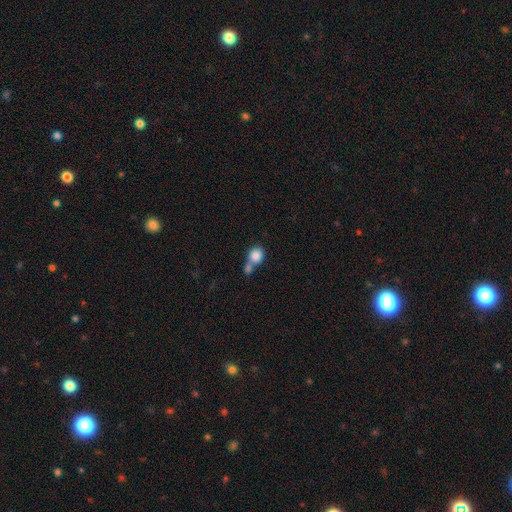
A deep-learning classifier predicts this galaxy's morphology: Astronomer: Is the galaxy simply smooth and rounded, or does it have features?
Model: smooth — 84%.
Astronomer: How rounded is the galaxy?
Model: round — 77%.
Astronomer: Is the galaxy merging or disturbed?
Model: merger — 54% (runner-up: none, 32%).